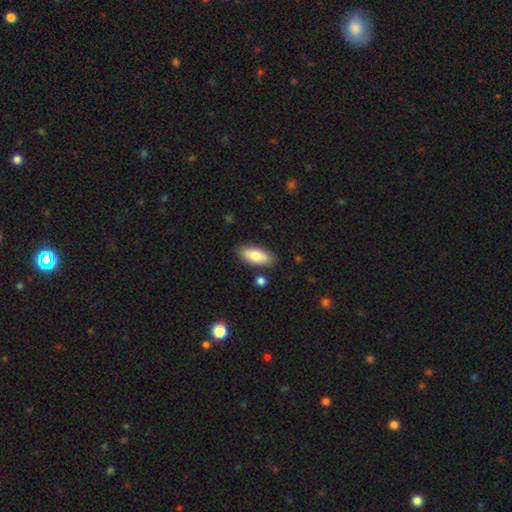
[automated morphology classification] The model was most divided on "smooth or featured": smooth: 79%, featured or disk: 15%, star or artifact: 6%. More confident: merging — none (83%); how rounded — in between (83%).